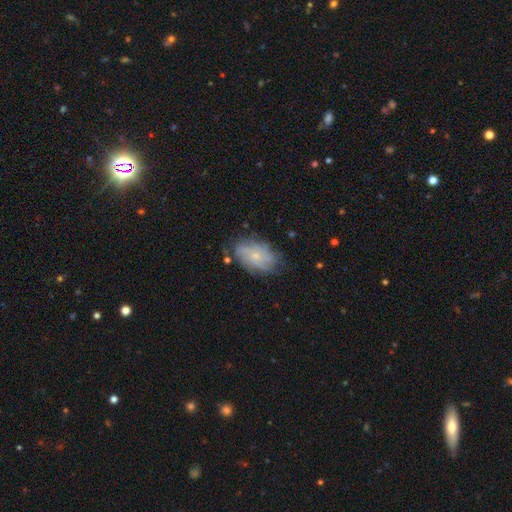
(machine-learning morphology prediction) Smooth or featured: featured or disk — 62% (smooth — 29%)
Edge-on disk: no — 96% (yes — 4%)
Bar: no — 81% (weak — 17%)
Spiral arms: yes — 83% (no — 17%)
Bulge size: small — 78% (moderate — 16%)
Merging: none — 71% (minor disturbance — 20%)